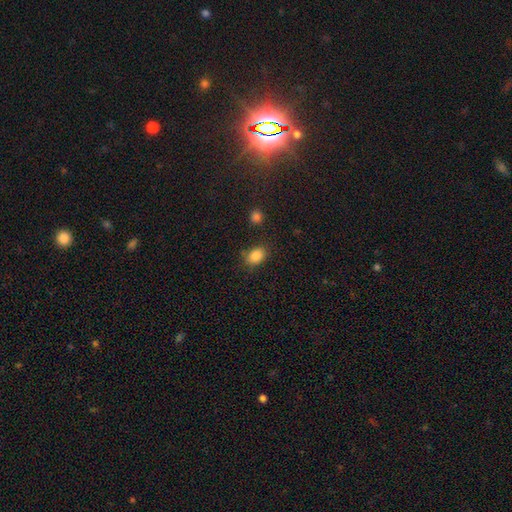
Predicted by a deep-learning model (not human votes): A smooth galaxy with no disk features (85%) that is in between round and cigar-shaped (68%).

Vote fractions:
- Smooth or featured? smooth: 85% / star or artifact: 10% / featured or disk: 5%
- How rounded? in between: 68% / round: 31% / cigar-shaped: 1%
- Merging? none: 74% / minor disturbance: 16% / major disturbance: 5% / merger: 5%